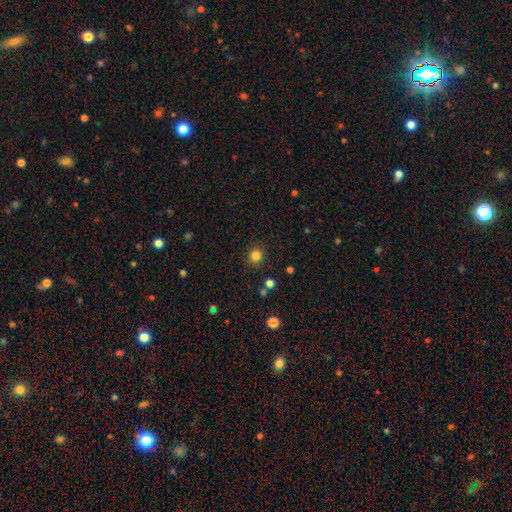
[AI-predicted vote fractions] A smooth galaxy with no disk features (82%) that is round (90%).

Vote fractions:
- Smooth or featured? smooth: 82% / star or artifact: 13% / featured or disk: 5%
- How rounded? round: 90% / in between: 9% / cigar-shaped: 1%
- Merging? none: 89% / minor disturbance: 7% / major disturbance: 2% / merger: 2%